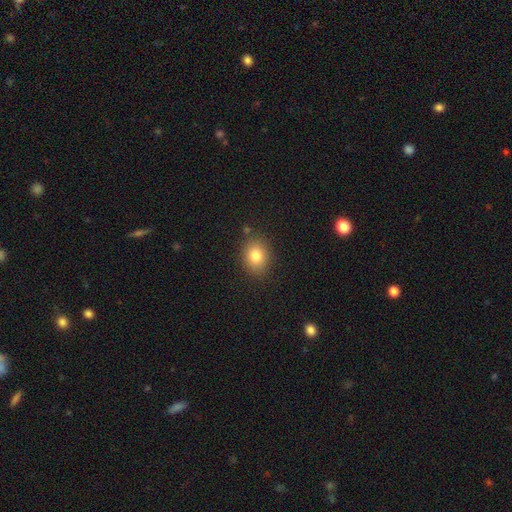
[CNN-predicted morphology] Smooth or featured? smooth (82%)
How rounded? round (51%)
Merging? none (85%)